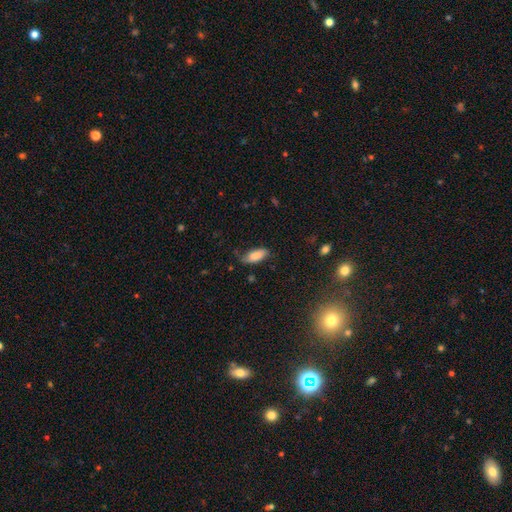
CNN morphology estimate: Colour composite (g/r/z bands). It shows a smooth galaxy with no disk features (80%) that is in between round and cigar-shaped (84%). Merging: none (58%).